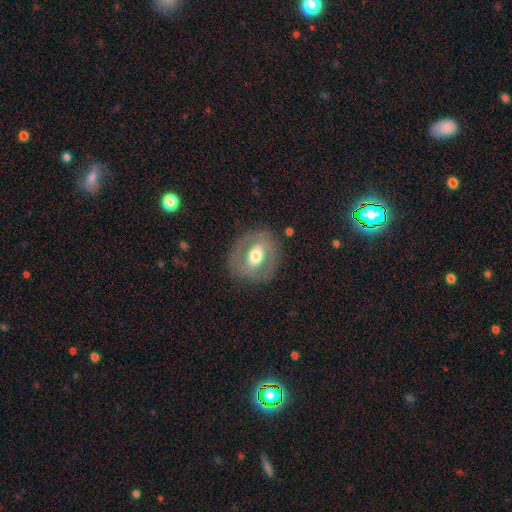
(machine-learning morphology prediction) Smooth or featured?
  - featured or disk: 53% *
  - smooth: 40%
  - star or artifact: 7%
Edge-on disk?
  - no: 94% *
  - yes: 6%
Merging?
  - none: 79% *
  - minor disturbance: 12%
  - major disturbance: 7%
  - merger: 1%